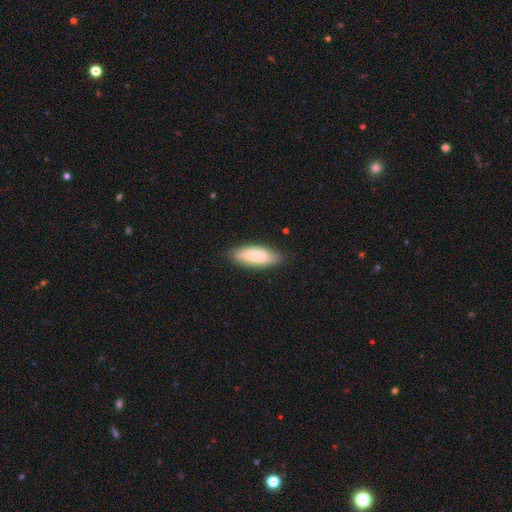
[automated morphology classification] Smooth or featured? smooth (80%)
How rounded? in between (63%)
Merging? none (82%)